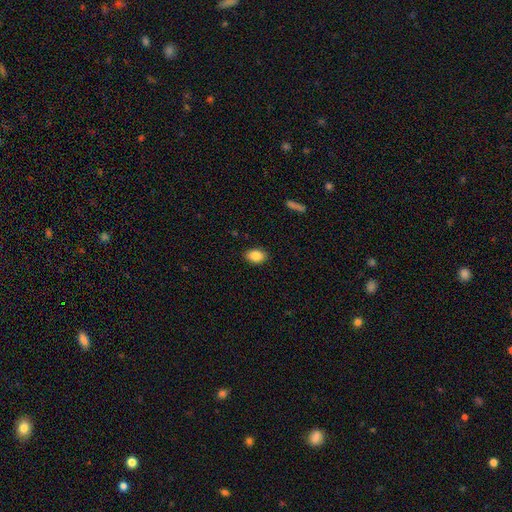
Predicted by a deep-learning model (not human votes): smooth 88%, star or artifact 8%, featured or disk 5%. Down the decision tree: how rounded — in between (84%); merging — none (88%).